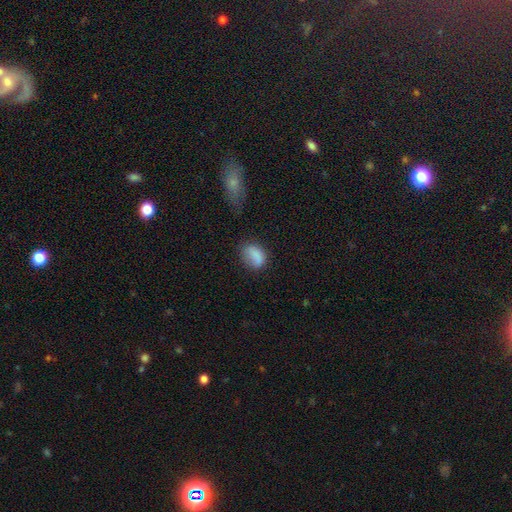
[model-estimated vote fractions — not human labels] This appears to be a smooth galaxy with no disk features (81%) that is in between round and cigar-shaped (70%). Merging: none (58%).